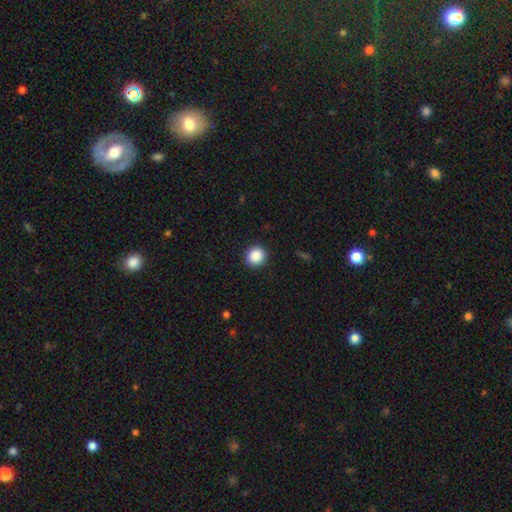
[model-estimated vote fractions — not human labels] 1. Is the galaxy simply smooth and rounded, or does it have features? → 88% smooth, 9% star or artifact, 3% featured or disk.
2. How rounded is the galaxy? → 91% round, 8% in between, 1% cigar-shaped.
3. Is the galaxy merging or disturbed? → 91% none, 6% minor disturbance, 2% major disturbance, 1% merger.